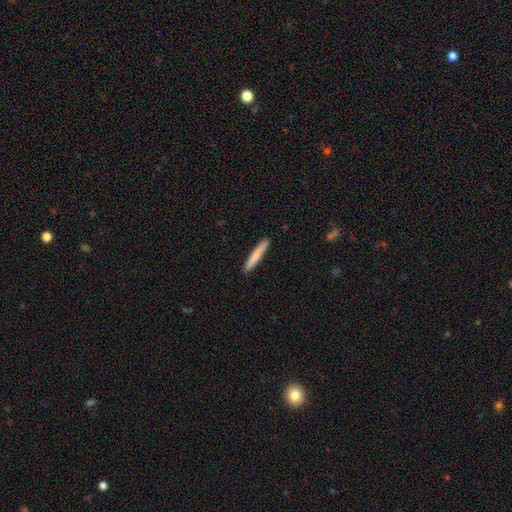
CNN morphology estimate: smooth_or_featured: smooth (p=0.78) [alt: featured or disk p=0.17]
how_rounded: cigar-shaped (p=0.95) [alt: in between p=0.04]
merging: none (p=0.91) [alt: minor disturbance p=0.06]